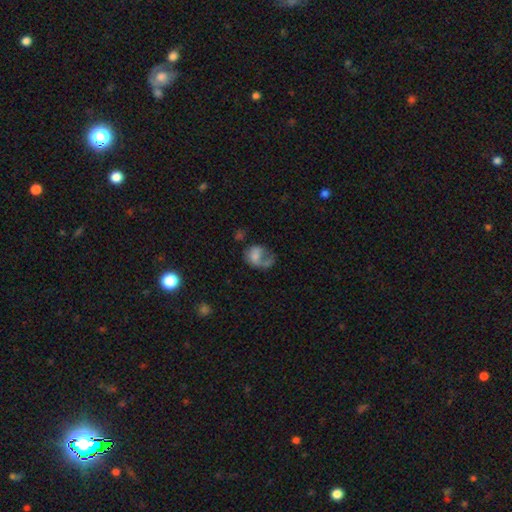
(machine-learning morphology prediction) smooth 54%, featured or disk 35%, star or artifact 10%. Down the decision tree: how rounded — in between (57%); merging — major disturbance (48%).